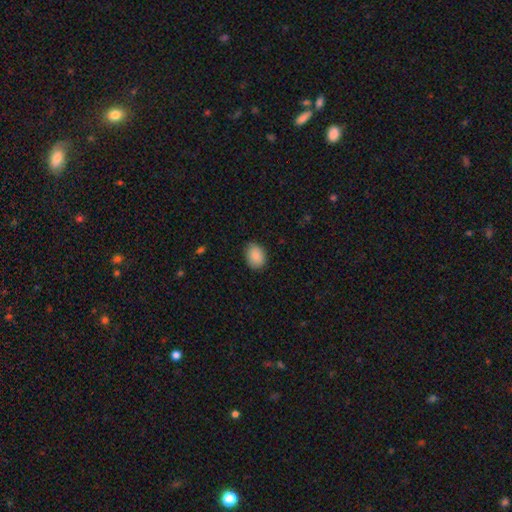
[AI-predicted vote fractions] Smooth or featured? Predicted: smooth (p=0.89). How rounded? Predicted: in between (p=0.68). Merging? Predicted: none (p=0.84).